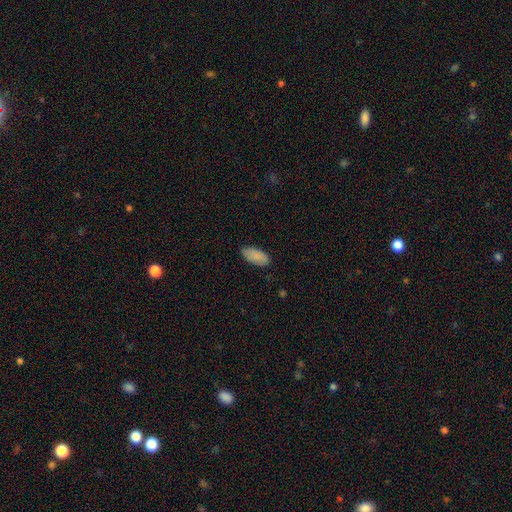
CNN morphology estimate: smooth 88%, star or artifact 6%, featured or disk 5%. Down the decision tree: how rounded — in between (91%); merging — none (83%).